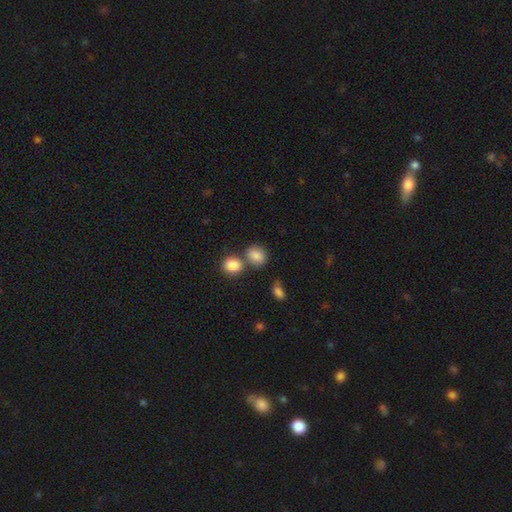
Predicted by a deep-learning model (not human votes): The model was most divided on "how rounded": round: 58%, in between: 41%, cigar-shaped: 1%. More confident: smooth or featured — smooth (84%); merging — none (56%).